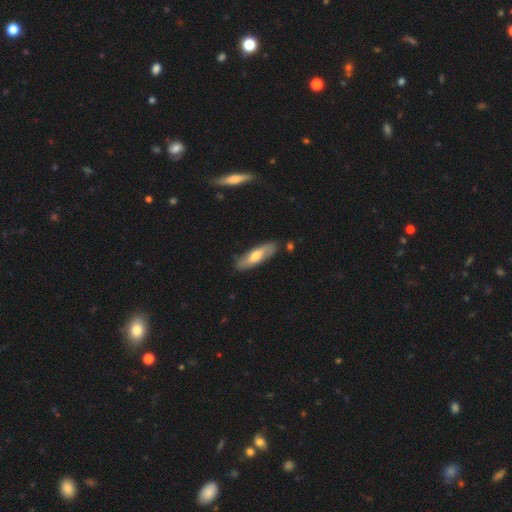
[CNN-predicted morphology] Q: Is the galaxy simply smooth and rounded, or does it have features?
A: smooth — 55%.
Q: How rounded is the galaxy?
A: cigar-shaped — 50%.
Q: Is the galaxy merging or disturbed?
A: none — 84%.